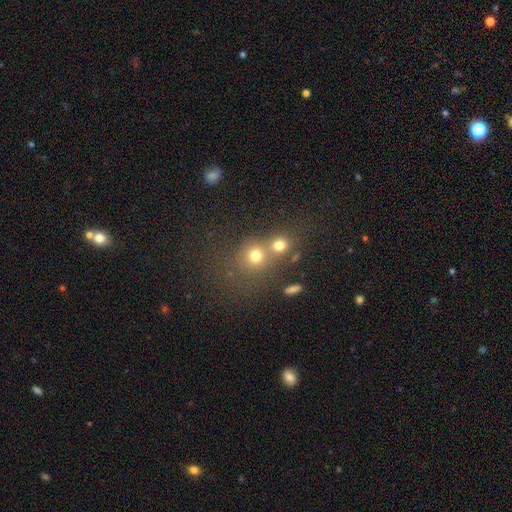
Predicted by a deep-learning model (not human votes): The model was most divided on "merging" (2-way tie): merger: 44%, none: 44%, minor disturbance: 7%, major disturbance: 5%. More confident: how rounded — round (80%); smooth or featured — smooth (72%).